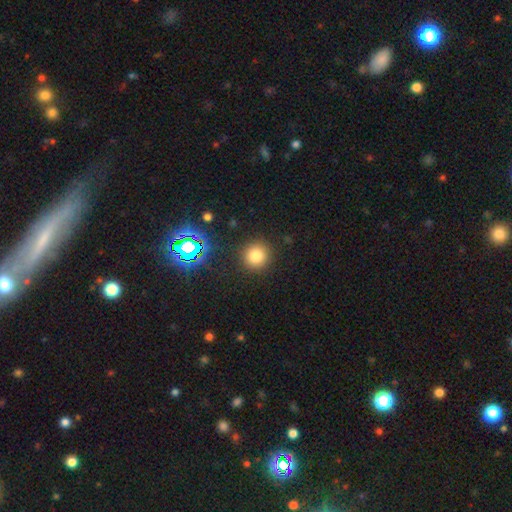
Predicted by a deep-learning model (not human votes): Smooth or featured: smooth — 77% (star or artifact — 17%)
How rounded: round — 93% (in between — 7%)
Merging: none — 89% (minor disturbance — 7%)